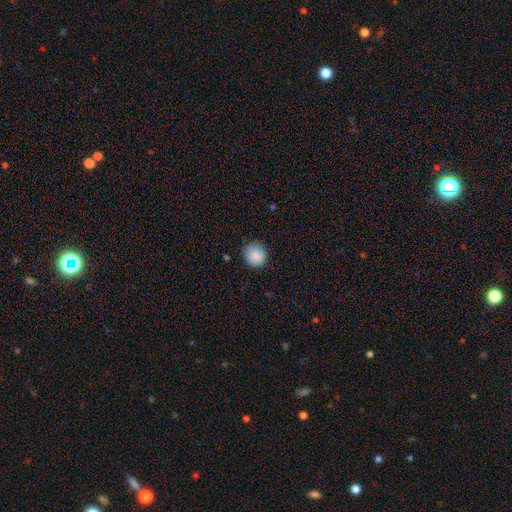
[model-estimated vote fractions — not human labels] Overall: smooth (88%). How rounded: round (90%). Merging: none (85%).